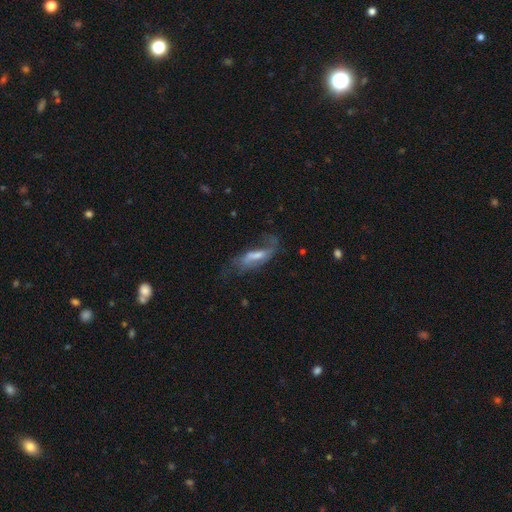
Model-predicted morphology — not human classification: Smooth or featured? featured or disk (61%)
Edge-on disk? no (81%)
Merging? none (42%)